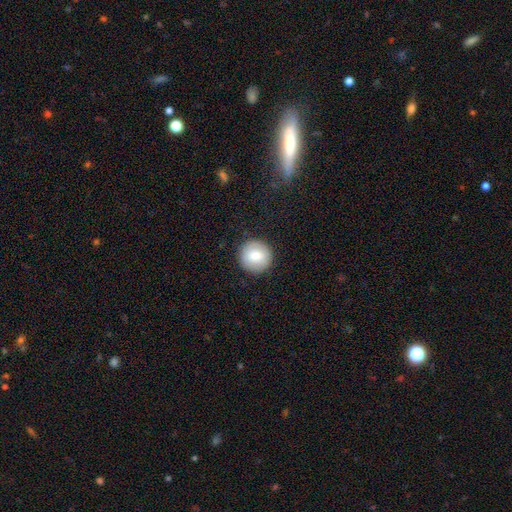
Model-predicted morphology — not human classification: Q: Smooth or featured?
A: smooth (80%); runner-up: featured or disk (13%)
Q: How rounded?
A: round (95%); runner-up: in between (4%)
Q: Merging?
A: none (91%); runner-up: minor disturbance (6%)